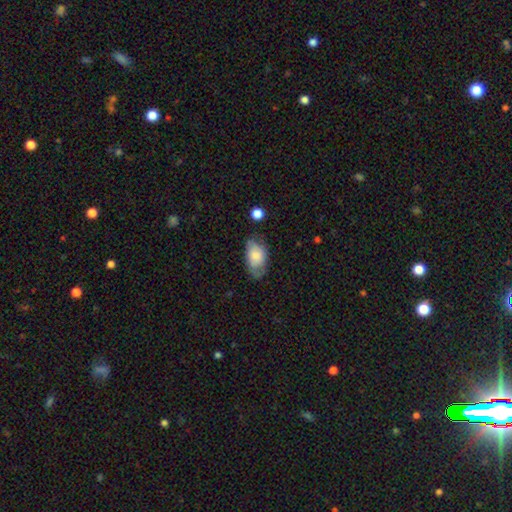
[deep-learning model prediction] Morphology: type=smooth (71%); roundness=in between (92%); merging=none (52%).